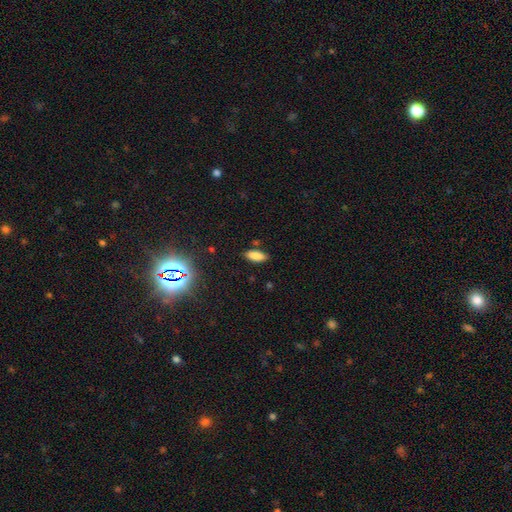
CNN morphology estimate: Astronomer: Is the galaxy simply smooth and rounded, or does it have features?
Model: smooth — 83%.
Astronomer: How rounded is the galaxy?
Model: in between — 77%.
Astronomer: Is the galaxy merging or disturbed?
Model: none — 82%.